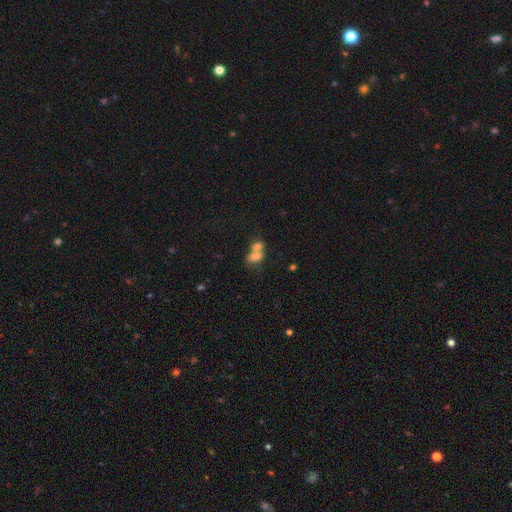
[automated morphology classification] Smooth or featured? Predicted: smooth (p=0.72). How rounded? Predicted: in between (p=0.79). Merging? Predicted: merger (p=0.68).